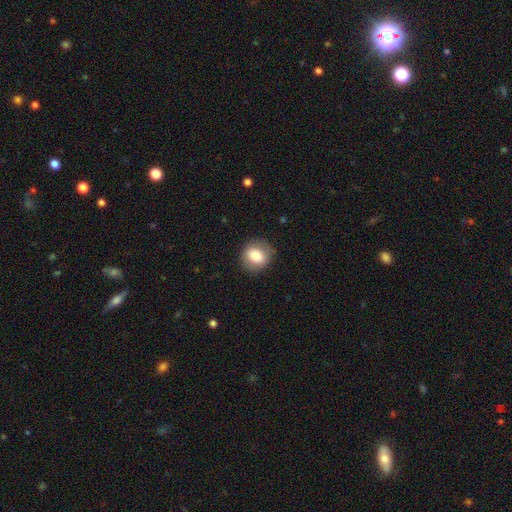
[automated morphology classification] This is likely a smooth galaxy (80%). How rounded: likely round (76%). Merging: clearly none (83%).